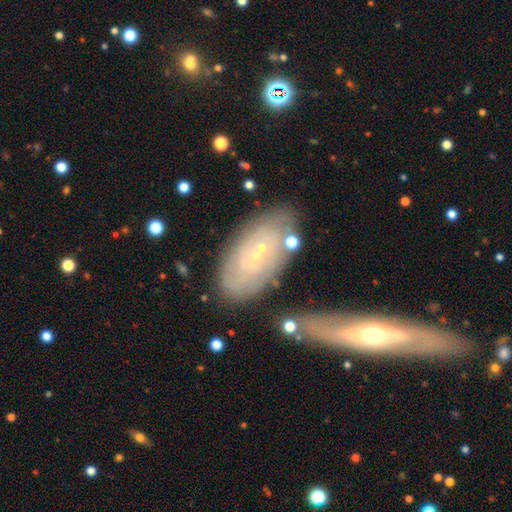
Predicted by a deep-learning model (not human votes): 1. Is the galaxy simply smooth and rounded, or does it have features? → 64% featured or disk, 28% smooth, 8% star or artifact.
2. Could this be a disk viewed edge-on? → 89% no, 11% yes.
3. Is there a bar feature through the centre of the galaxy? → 69% no, 24% weak, 6% strong.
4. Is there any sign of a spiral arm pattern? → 68% yes, 32% no.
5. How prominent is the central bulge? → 85% small, 10% moderate, 3% none, 1% large, 1% dominant.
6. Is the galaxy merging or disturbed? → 73% none, 16% minor disturbance, 6% merger, 5% major disturbance.